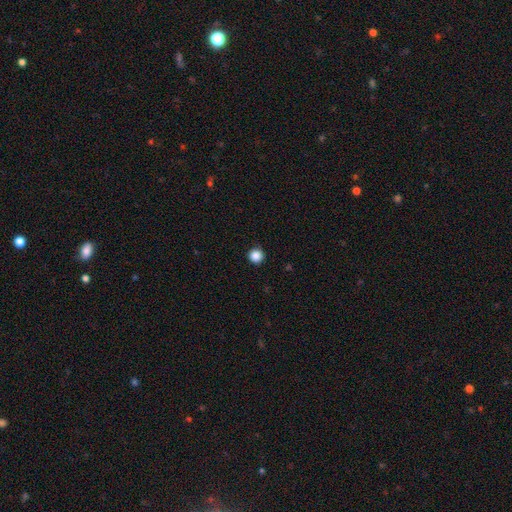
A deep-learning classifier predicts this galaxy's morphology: smooth-or-featured: smooth: 86% | star or artifact: 11% | featured or disk: 3%
  how-rounded: round: 96% | in between: 3% | cigar-shaped: 1%
  merging: none: 93% | minor disturbance: 5% | major disturbance: 2% | merger: 1%